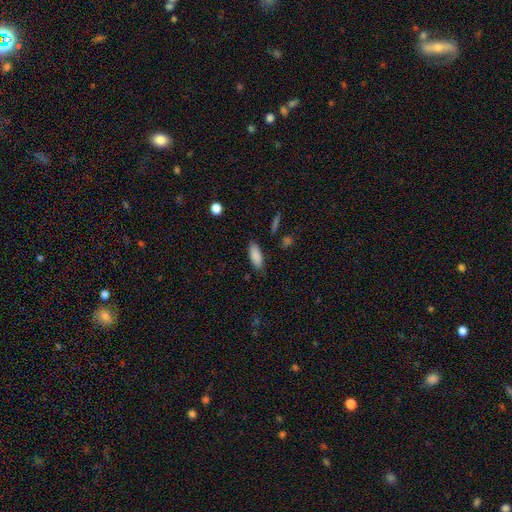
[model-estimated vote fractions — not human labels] Morphology: type=smooth (87%); roundness=in between (81%); merging=none (82%).